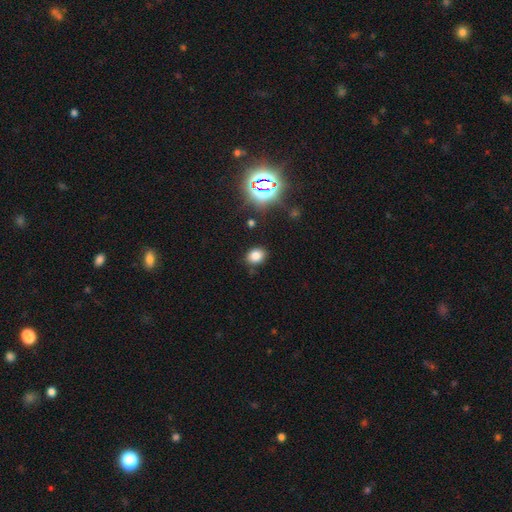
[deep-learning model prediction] This appears to be a smooth galaxy with no disk features (78%) that is in between round and cigar-shaped (57%). Merging: none (85%).